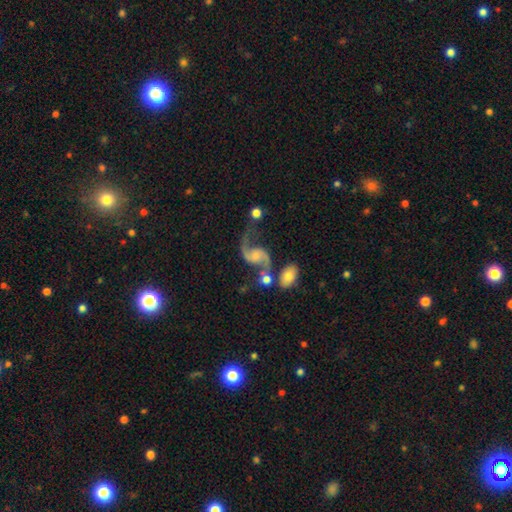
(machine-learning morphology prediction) This is clearly a featured or disk galaxy (89%). It is clearly not viewed edge-on (98%). Bar: possibly no (55%). Spiral arm pattern: clearly yes (97%). Spiral arm count: clearly 2 (92%). Spiral winding: likely loose (79%). Central bulge: marginally small (42%). Merging: possibly none (46%).